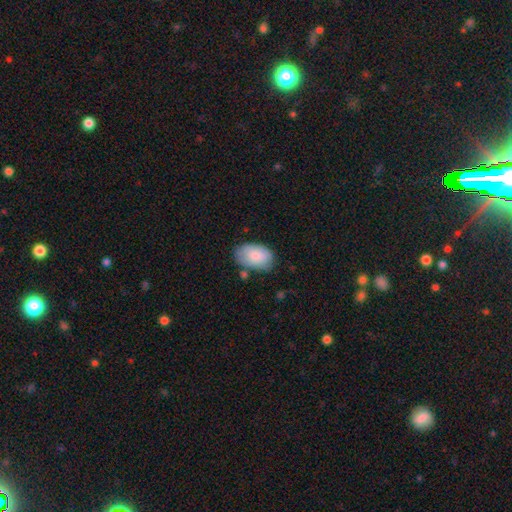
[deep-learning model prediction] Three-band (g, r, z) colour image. It shows a smooth galaxy with no disk features (82%) that is in between round and cigar-shaped (91%). Merging: none (66%).